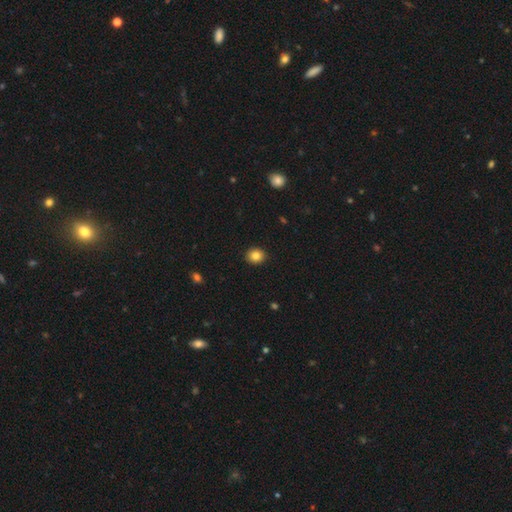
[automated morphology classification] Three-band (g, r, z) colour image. It shows a smooth galaxy with no disk features (84%) that is round (75%). Merging: none (92%).